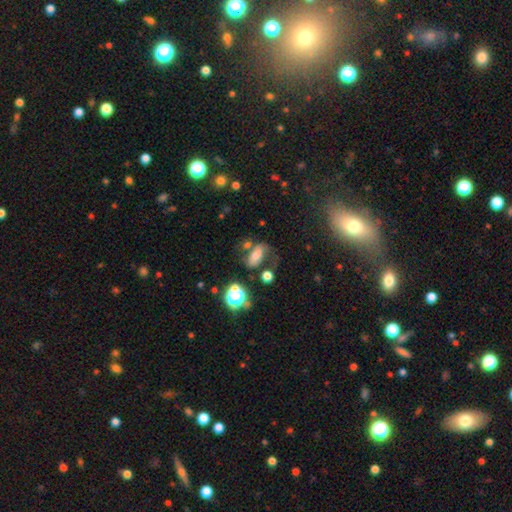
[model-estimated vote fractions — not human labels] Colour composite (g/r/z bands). It shows a smooth galaxy with no disk features (53%) that is in between round and cigar-shaped (80%). Merging: none (44%).